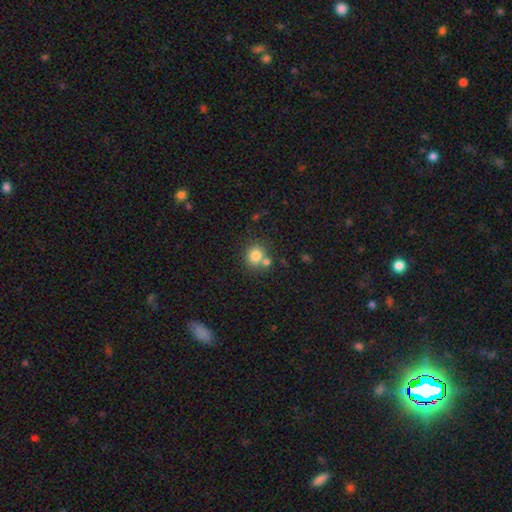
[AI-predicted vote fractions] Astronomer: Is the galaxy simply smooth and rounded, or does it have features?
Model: smooth — 80%.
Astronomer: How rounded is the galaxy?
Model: round — 84%.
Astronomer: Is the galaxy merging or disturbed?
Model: none — 61%.